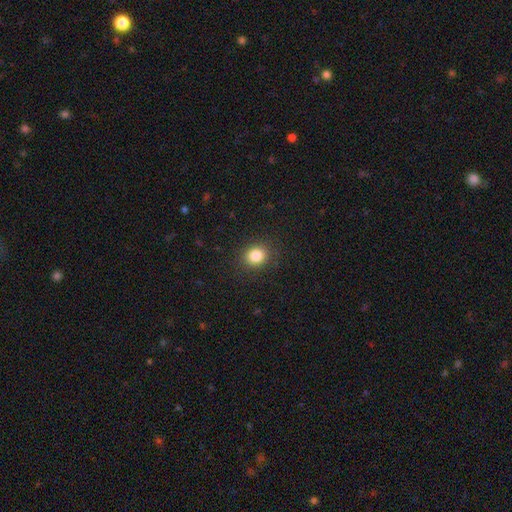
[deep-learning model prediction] This appears to be a smooth galaxy with no disk features (84%) that is round (68%). Merging: none (89%).